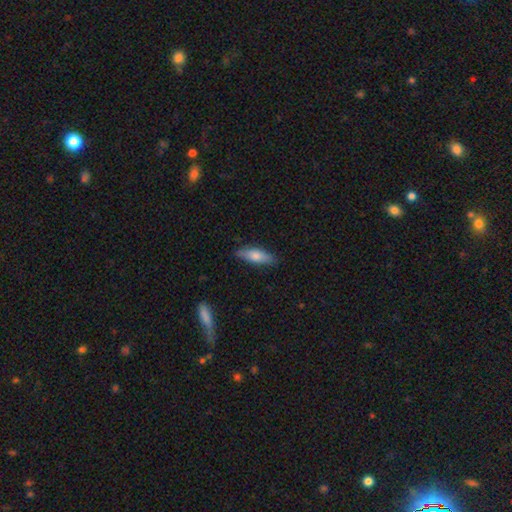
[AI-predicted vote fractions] This appears to be a smooth galaxy with no disk features (70%) that is in between round and cigar-shaped (53%). Merging: none (84%).